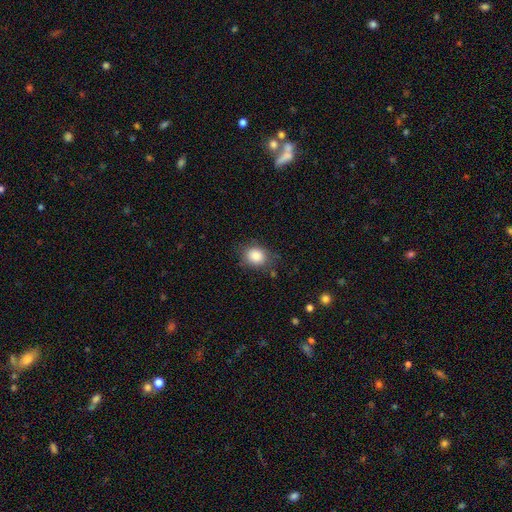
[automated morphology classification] Smooth or featured: smooth — 85% (star or artifact — 9%)
How rounded: round — 60% (in between — 39%)
Merging: none — 76% (minor disturbance — 17%)